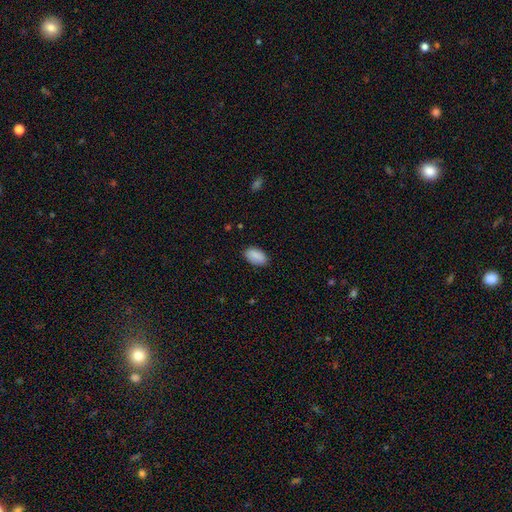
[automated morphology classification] The model was most divided on "merging": none: 84%, minor disturbance: 12%, major disturbance: 3%, merger: 1%. More confident: how rounded — in between (93%); smooth or featured — smooth (88%).